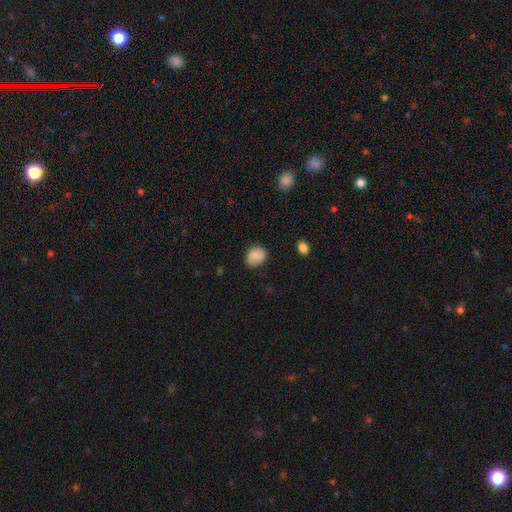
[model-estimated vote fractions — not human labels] Smooth or featured? Predicted: smooth (p=0.87). How rounded? Predicted: round (p=0.50). Merging? Predicted: none (p=0.82).